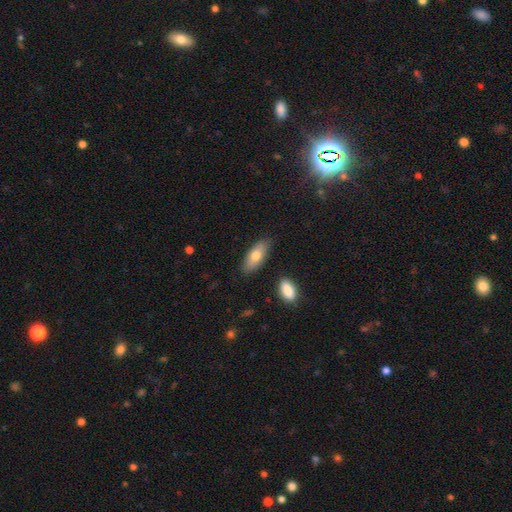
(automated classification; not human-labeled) This is likely a smooth galaxy (75%). How rounded: clearly in between (81%). Merging: clearly none (81%).